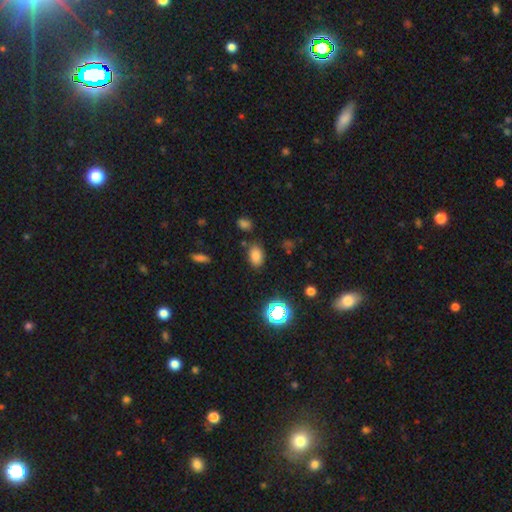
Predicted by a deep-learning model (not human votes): Smooth or featured: smooth — 79% (star or artifact — 15%)
How rounded: in between — 86% (round — 12%)
Merging: none — 80% (minor disturbance — 12%)